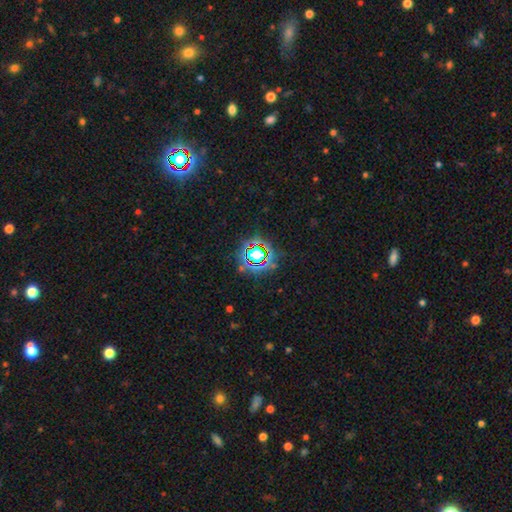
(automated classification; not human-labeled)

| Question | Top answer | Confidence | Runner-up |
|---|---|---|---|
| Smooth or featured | star or artifact | 72% | smooth (18%) |